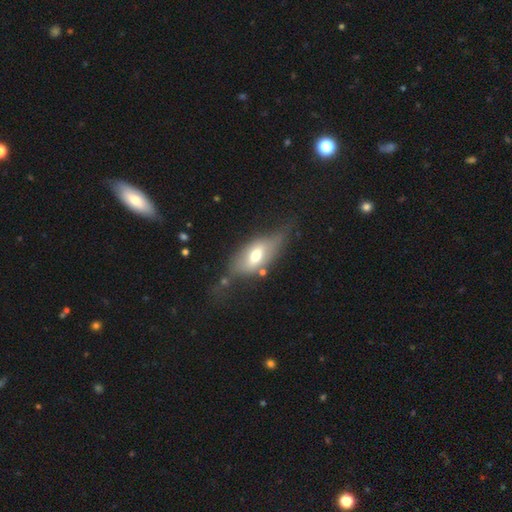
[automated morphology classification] A smooth galaxy with no disk features (50%). Merging: none (47%).